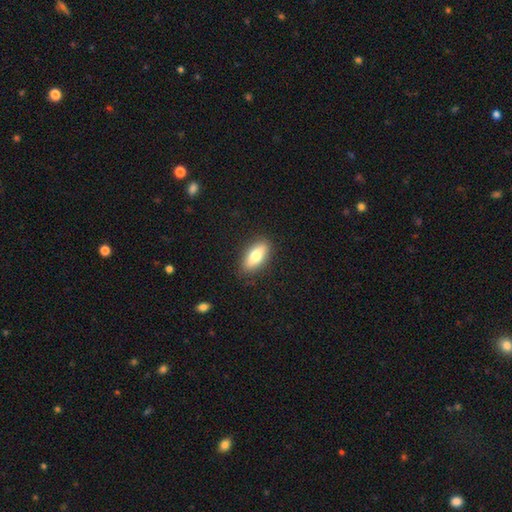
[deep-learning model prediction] smooth-or-featured: smooth: 77% | featured or disk: 16% | star or artifact: 7%
  how-rounded: in between: 78% | cigar-shaped: 19% | round: 3%
  merging: none: 87% | minor disturbance: 10% | major disturbance: 2% | merger: 1%